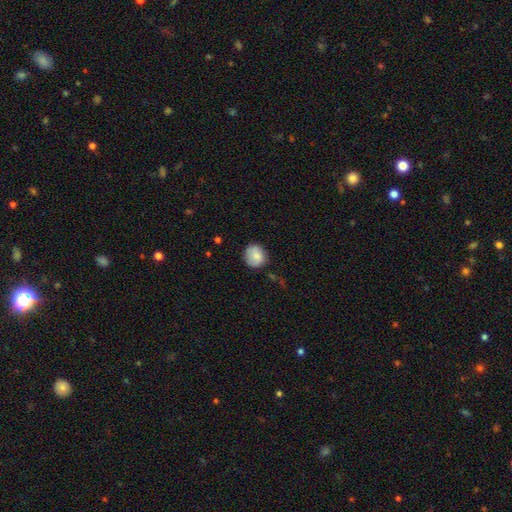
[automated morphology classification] type=smooth (82%); roundness=round (83%); merging=none (78%).